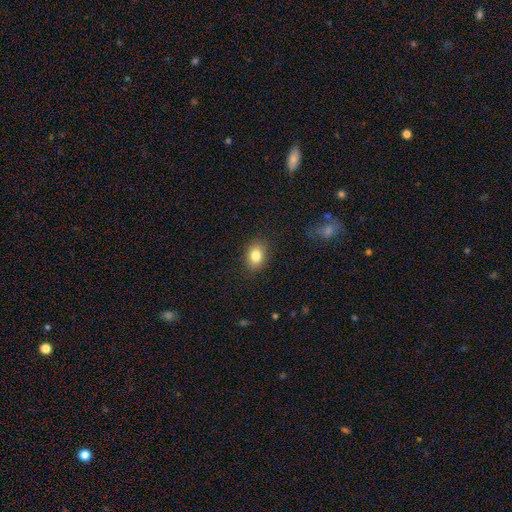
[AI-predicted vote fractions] This appears to be a smooth galaxy with no disk features (82%) that is in between round and cigar-shaped (69%). Merging: none (87%).